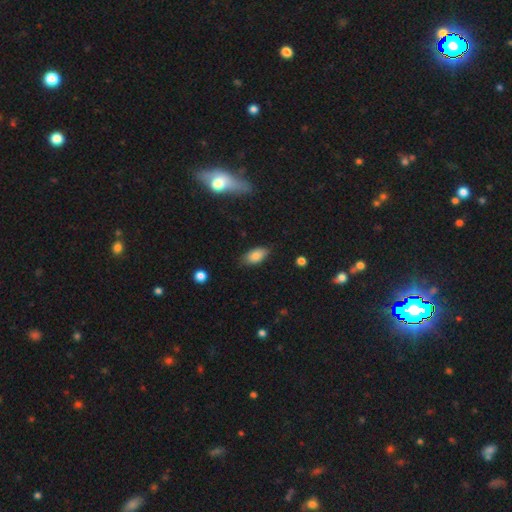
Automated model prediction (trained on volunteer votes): smooth 82%, featured or disk 10%, star or artifact 8%. Down the decision tree: how rounded — in between (91%); merging — none (77%).